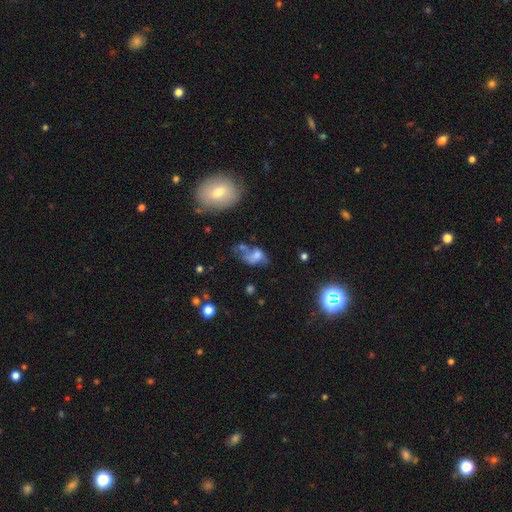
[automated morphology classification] A smooth galaxy with no disk features (55%) that is in between round and cigar-shaped (78%). Merging: major disturbance (31%).